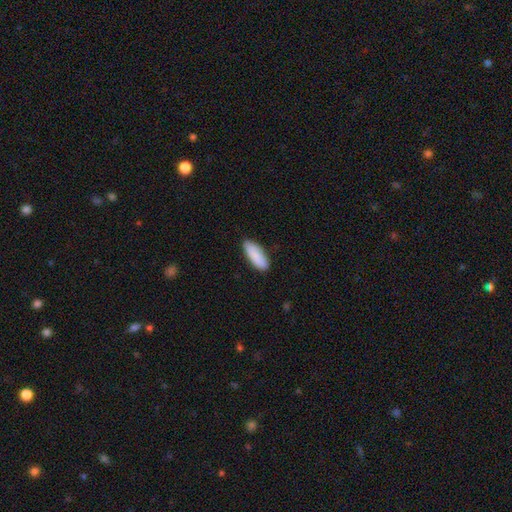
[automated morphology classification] Smooth or featured: smooth — 88% (featured or disk — 6%)
How rounded: in between — 70% (cigar-shaped — 29%)
Merging: none — 84% (minor disturbance — 12%)